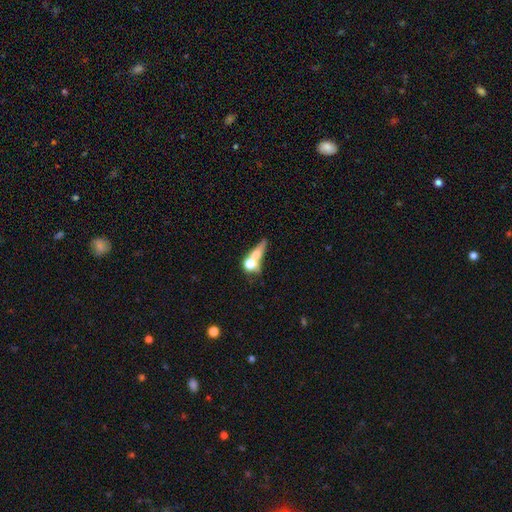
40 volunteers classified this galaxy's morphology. Q: Smooth or featured?
A: smooth (60%); runner-up: featured or disk (35%)
Q: How rounded?
A: in between (46%); runner-up: cigar-shaped (38%)
Q: Merging?
A: merger (53%); runner-up: minor disturbance (18%)